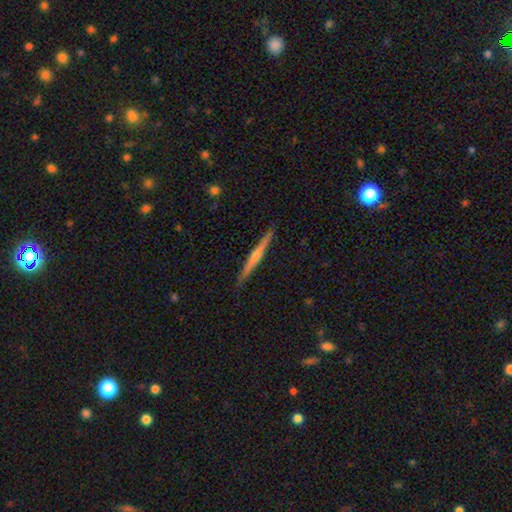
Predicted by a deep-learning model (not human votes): Smooth or featured? Predicted: featured or disk (p=0.66). Edge-on disk? Predicted: yes (p=0.98). Edge-on bulge? Predicted: rounded (p=0.66). Merging? Predicted: none (p=0.91).